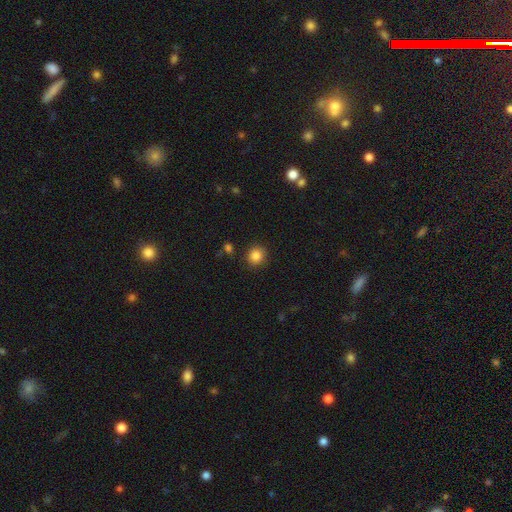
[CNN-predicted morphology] Smooth or featured? Predicted: smooth (p=0.85). How rounded? Predicted: round (p=0.85). Merging? Predicted: none (p=0.88).